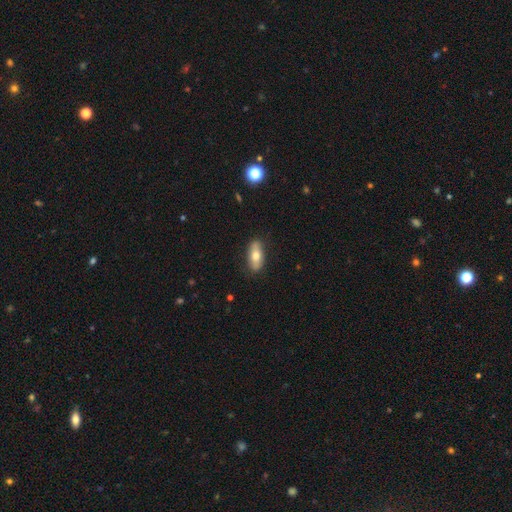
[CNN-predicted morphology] Smooth or featured?
  - smooth: 64% *
  - featured or disk: 29%
  - star or artifact: 7%
How rounded?
  - in between: 77% *
  - cigar-shaped: 19%
  - round: 4%
Merging?
  - none: 84% *
  - minor disturbance: 13%
  - major disturbance: 2%
  - merger: 1%